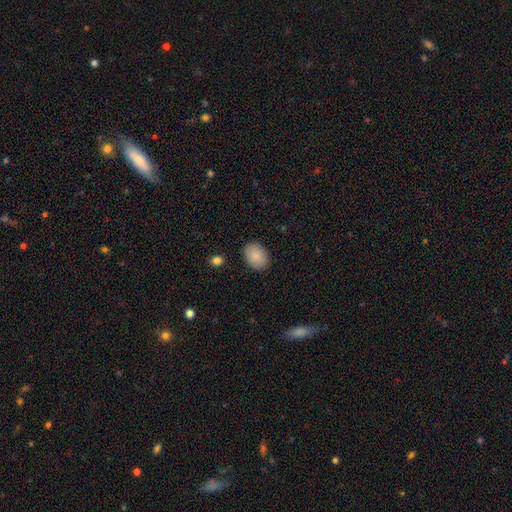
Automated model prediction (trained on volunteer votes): Morphology: type=smooth (87%); roundness=in between (75%); merging=none (87%).